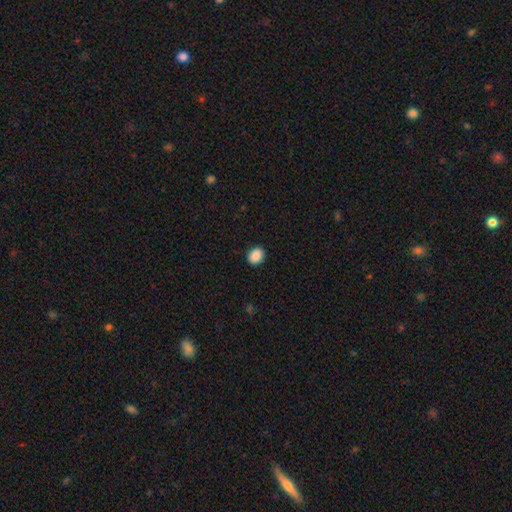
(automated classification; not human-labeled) Morphology: type=smooth (89%); roundness=round (58%); merging=none (90%).